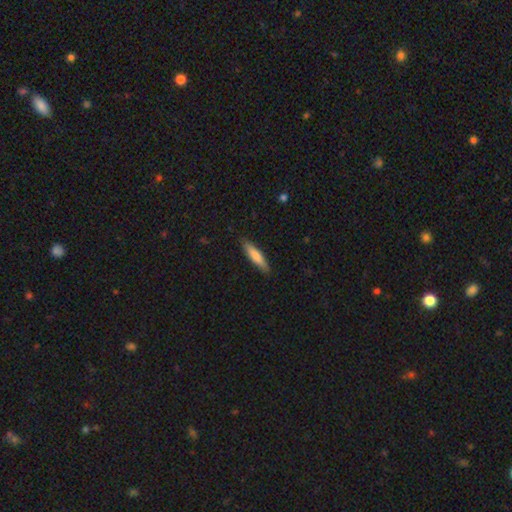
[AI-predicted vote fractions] A smooth galaxy with no disk features (79%) that is cigar-shaped (78%). Merging: none (87%).